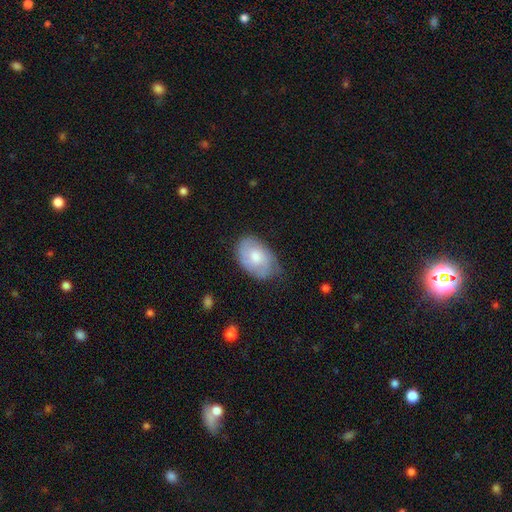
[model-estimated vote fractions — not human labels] A smooth galaxy with no disk features (49%). Merging: none (64%).